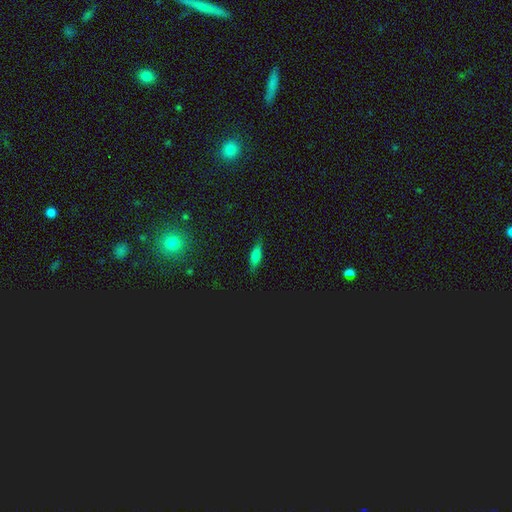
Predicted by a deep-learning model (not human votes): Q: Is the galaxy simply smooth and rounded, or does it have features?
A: smooth — 66%.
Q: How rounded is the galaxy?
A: in between — 56%.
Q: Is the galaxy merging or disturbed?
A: none — 83%.